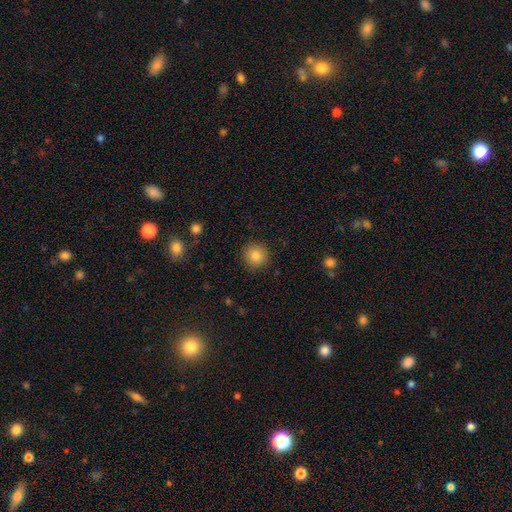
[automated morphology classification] Overall: smooth (84%). How rounded: round (93%). Merging: none (90%).